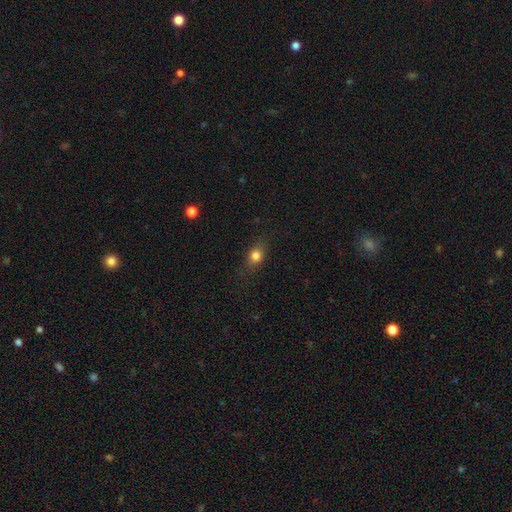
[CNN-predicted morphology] Smooth or featured: smooth — 78% (featured or disk — 11%)
How rounded: in between — 51% (round — 43%)
Merging: none — 77% (minor disturbance — 17%)